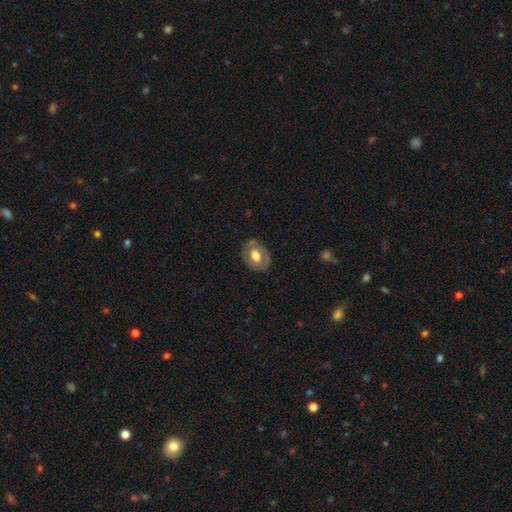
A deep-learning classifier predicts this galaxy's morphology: smooth-or-featured: smooth: 52% | featured or disk: 41% | star or artifact: 6%
  how-rounded: in between: 67% | round: 32% | cigar-shaped: 1%
  merging: none: 77% | minor disturbance: 17% | major disturbance: 5% | merger: 1%